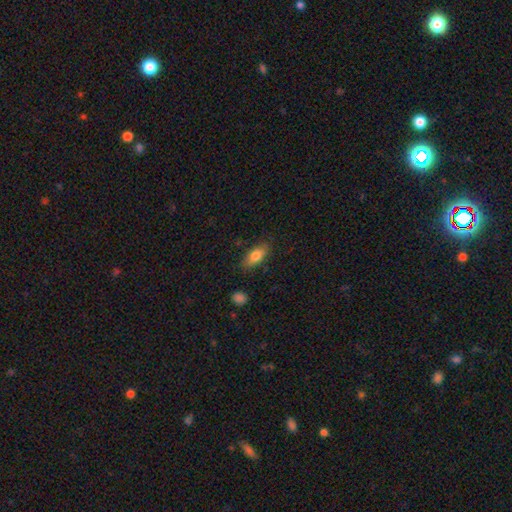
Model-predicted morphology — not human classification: The model was most divided on "smooth or featured": smooth: 77%, featured or disk: 16%, star or artifact: 7%. More confident: merging — none (81%); how rounded — in between (79%).